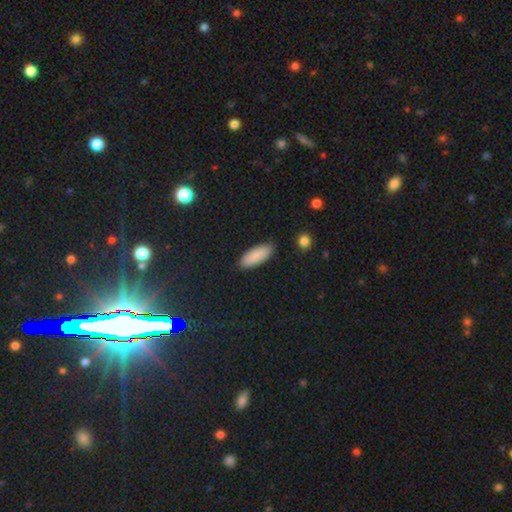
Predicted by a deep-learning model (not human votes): Morphology: type=smooth (88%); roundness=in between (76%); merging=none (86%).